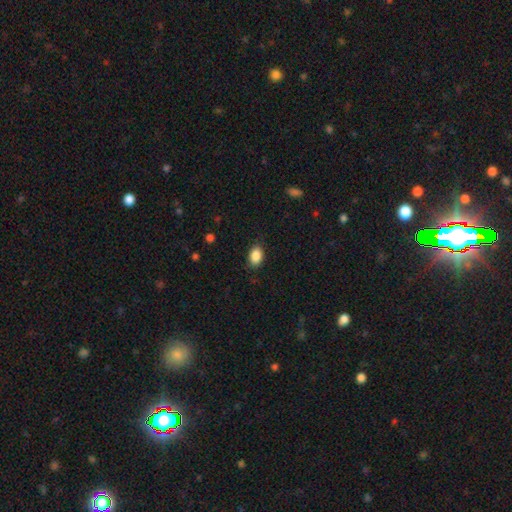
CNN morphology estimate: Q: Smooth or featured?
A: smooth (88%); runner-up: star or artifact (8%)
Q: How rounded?
A: in between (85%); runner-up: round (14%)
Q: Merging?
A: none (84%); runner-up: minor disturbance (12%)